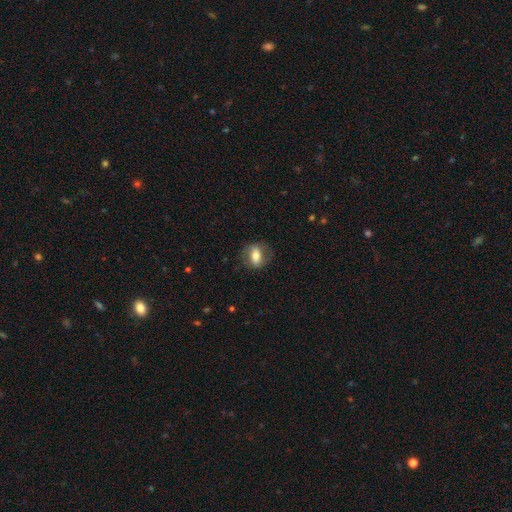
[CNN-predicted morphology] smooth 58%, featured or disk 35%, star or artifact 7%. Down the decision tree: how rounded — in between (72%); merging — none (73%).